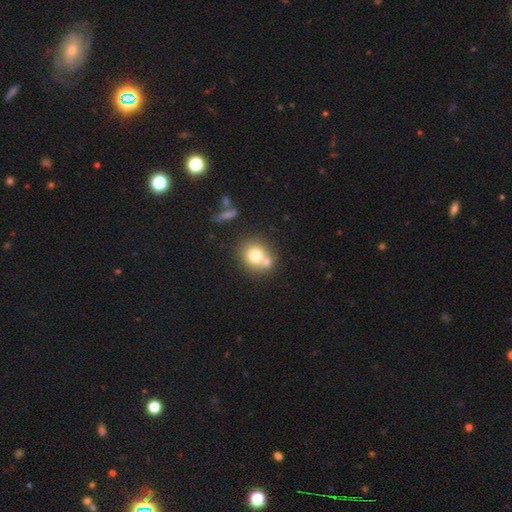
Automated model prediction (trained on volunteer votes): This is likely a smooth galaxy (73%). How rounded: clearly round (82%). Merging: possibly none (49%).